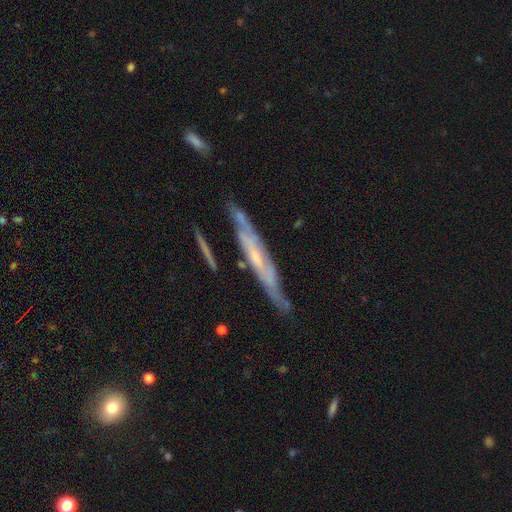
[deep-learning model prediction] Q: Smooth or featured?
A: featured or disk (73%); runner-up: smooth (21%)
Q: Edge-on disk?
A: yes (69%); runner-up: no (31%)
Q: Edge-on bulge?
A: none (58%); runner-up: rounded (34%)
Q: Merging?
A: none (66%); runner-up: minor disturbance (22%)